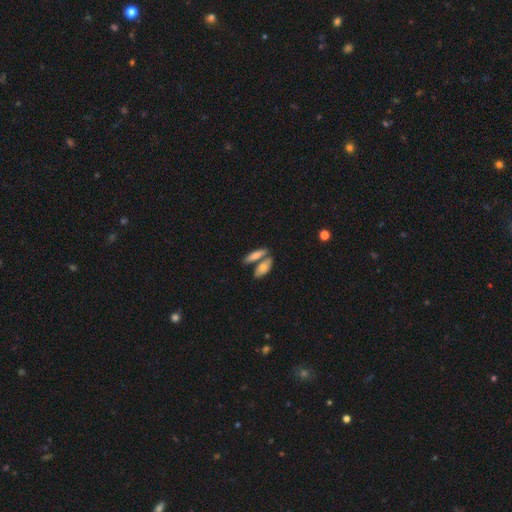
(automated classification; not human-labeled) Overall: smooth (75%). How rounded: in between (57%; cigar-shaped 40%). Merging: none (49%; merger 39%).